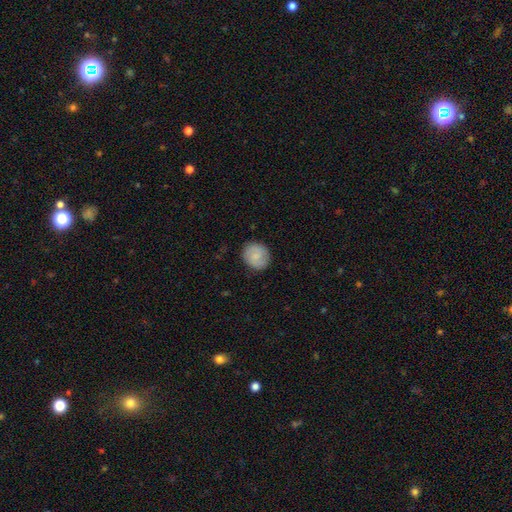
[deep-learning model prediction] Smooth or featured? Predicted: smooth (p=0.66). How rounded? Predicted: round (p=0.83). Merging? Predicted: none (p=0.87).